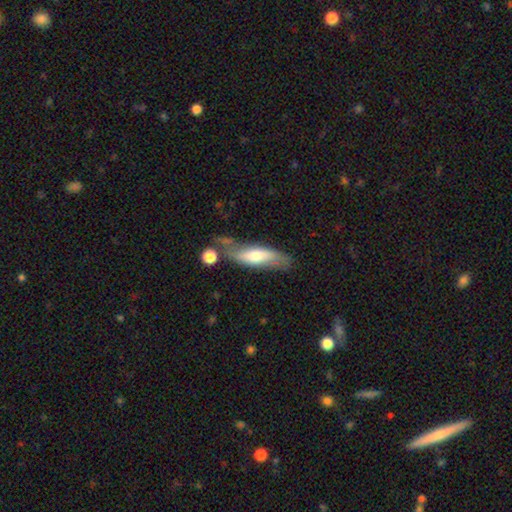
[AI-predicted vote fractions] smooth_or_featured: smooth (p=0.49) [alt: featured or disk p=0.45]
merging: none (p=0.50) [alt: minor disturbance p=0.25]